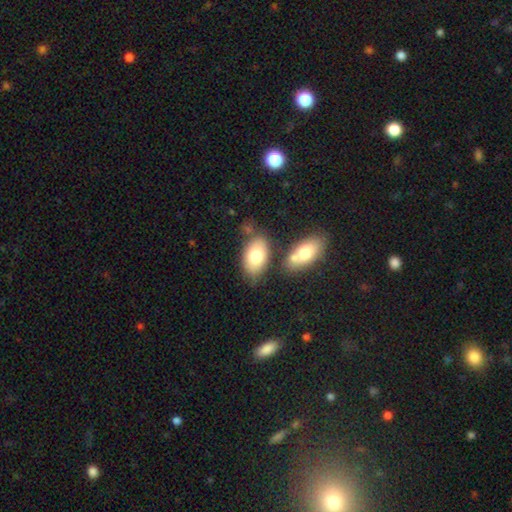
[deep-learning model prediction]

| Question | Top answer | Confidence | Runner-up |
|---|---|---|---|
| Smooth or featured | smooth | 78% | featured or disk (16%) |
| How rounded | in between | 92% | round (6%) |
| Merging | none | 65% | merger (16%) |